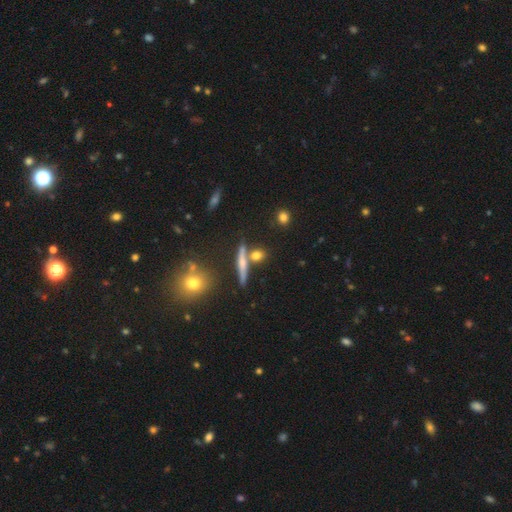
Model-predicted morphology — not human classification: Overall: smooth (63%; featured or disk 24%). How rounded: round (46%; cigar-shaped 32%). Merging: none (68%).